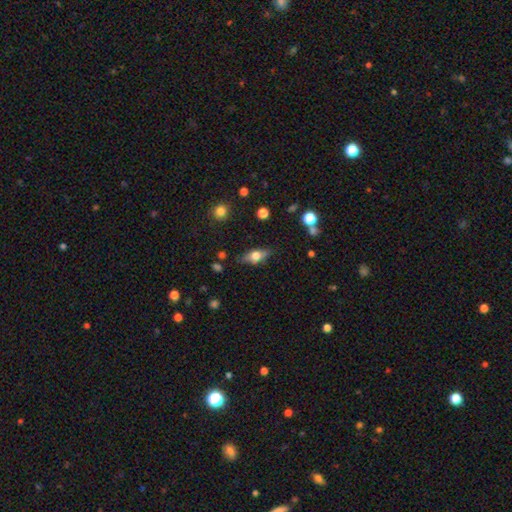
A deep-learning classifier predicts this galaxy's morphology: The model was most divided on "smooth or featured": smooth: 53%, featured or disk: 39%, star or artifact: 8%. More confident: merging — none (80%); how rounded — in between (72%).